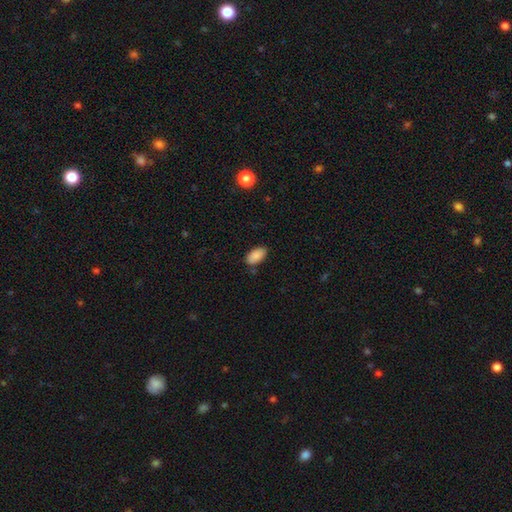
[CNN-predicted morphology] smooth-or-featured: smooth: 89% | star or artifact: 7% | featured or disk: 4%
  how-rounded: in between: 95% | round: 3% | cigar-shaped: 3%
  merging: none: 81% | minor disturbance: 14% | merger: 3% | major disturbance: 3%